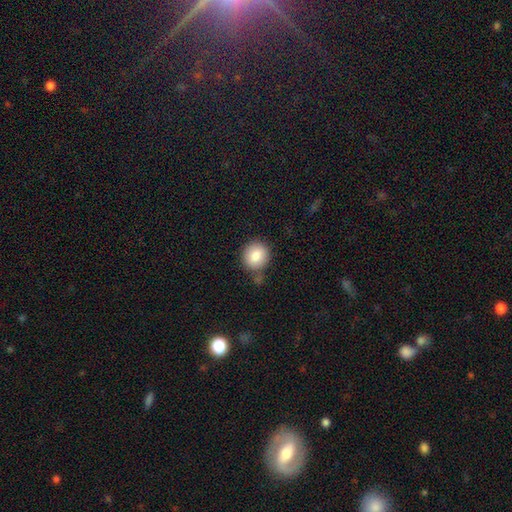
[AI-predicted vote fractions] Smooth or featured? Predicted: smooth (p=0.85). How rounded? Predicted: round (p=0.85). Merging? Predicted: none (p=0.73).